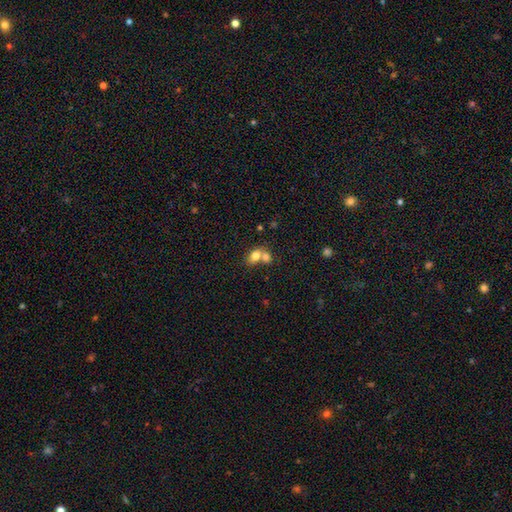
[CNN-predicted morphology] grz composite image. It shows a smooth galaxy with no disk features (76%) that is in between round and cigar-shaped (68%). Merging: merger (63%).